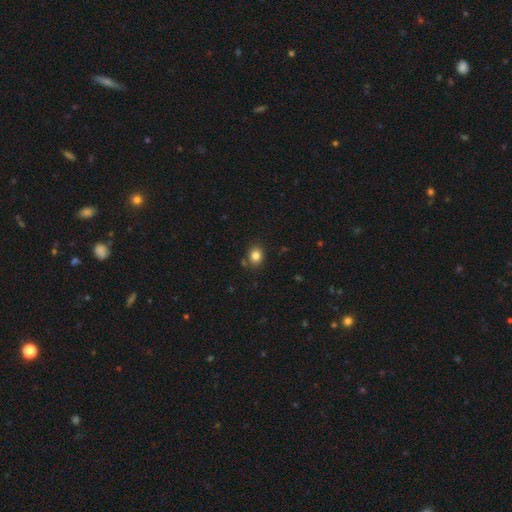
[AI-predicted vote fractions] smooth 83%, star or artifact 11%, featured or disk 6%. Down the decision tree: how rounded — round (54%); merging — none (80%).